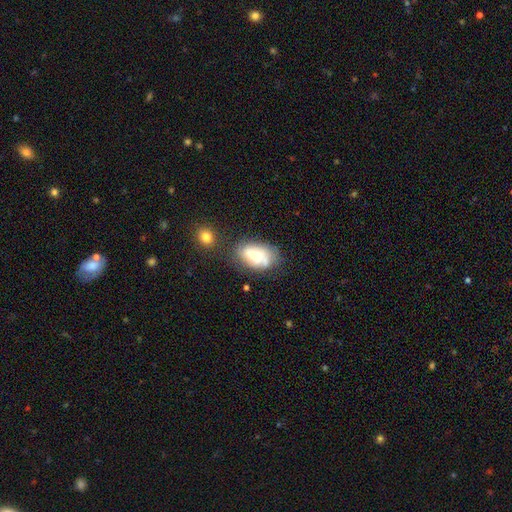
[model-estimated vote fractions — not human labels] A smooth galaxy with no disk features (50%) that is in between round and cigar-shaped (88%).

Vote fractions:
- Smooth or featured? smooth: 50% / featured or disk: 41% / star or artifact: 9%
- How rounded? in between: 88% / round: 9% / cigar-shaped: 2%
- Merging? none: 53% / minor disturbance: 25% / major disturbance: 11% / merger: 11%